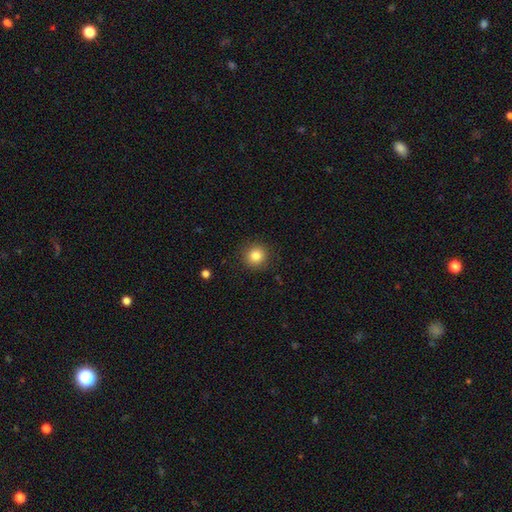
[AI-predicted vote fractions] This is clearly a smooth galaxy (84%). How rounded: clearly round (94%). Merging: clearly none (90%).